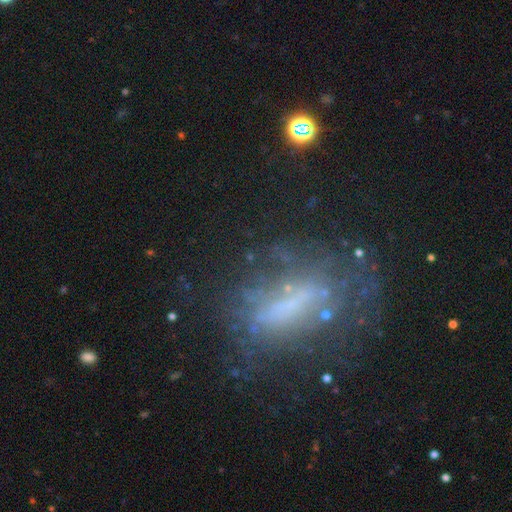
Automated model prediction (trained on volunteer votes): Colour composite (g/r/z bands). It shows a featured or disk galaxy (51%). Merging: none (54%).